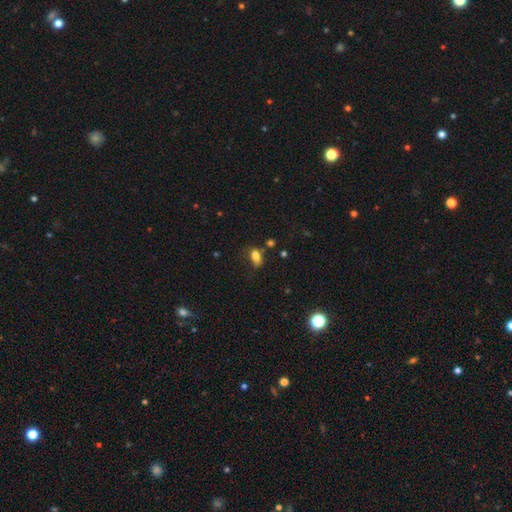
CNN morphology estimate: The model was most divided on "merging": none: 47%, minor disturbance: 30%, major disturbance: 16%, merger: 7%. More confident: how rounded — in between (85%); smooth or featured — smooth (80%).